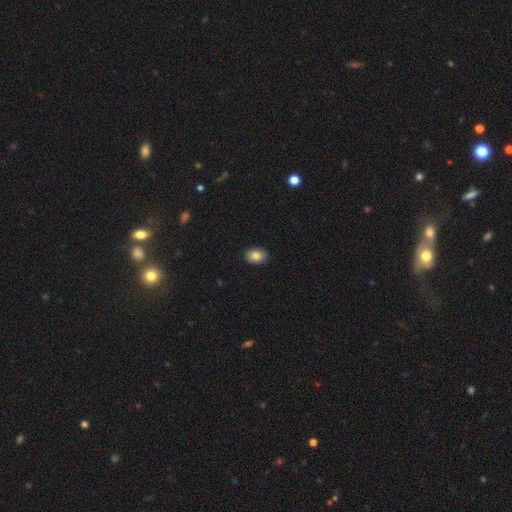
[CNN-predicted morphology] Q: Smooth or featured?
A: smooth (84%); runner-up: featured or disk (8%)
Q: How rounded?
A: in between (81%); runner-up: round (18%)
Q: Merging?
A: none (89%); runner-up: minor disturbance (8%)